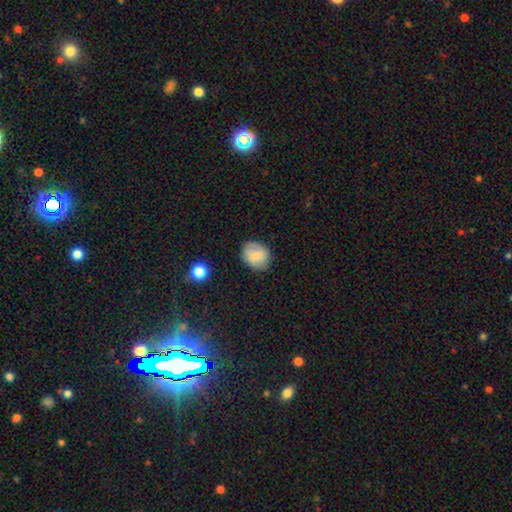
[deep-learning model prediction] A smooth galaxy with no disk features (67%) that is round (66%).

Vote fractions:
- Smooth or featured? smooth: 67% / featured or disk: 24% / star or artifact: 8%
- How rounded? round: 66% / in between: 33% / cigar-shaped: 1%
- Merging? none: 77% / minor disturbance: 18% / major disturbance: 4% / merger: 1%